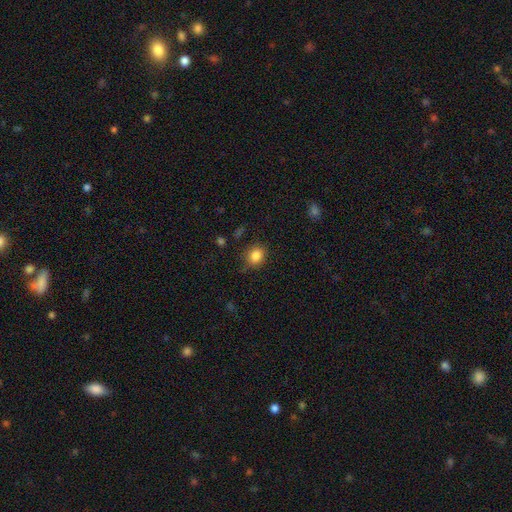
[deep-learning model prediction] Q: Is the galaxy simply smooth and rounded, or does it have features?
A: smooth — 85%.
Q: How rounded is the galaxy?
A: round — 64%.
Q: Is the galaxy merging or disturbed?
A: none — 79%.